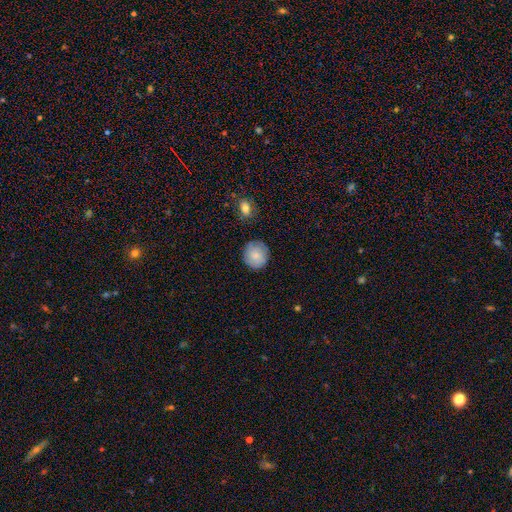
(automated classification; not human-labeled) A smooth galaxy with no disk features (77%) that is round (88%).

Vote fractions:
- Smooth or featured? smooth: 77% / featured or disk: 16% / star or artifact: 7%
- How rounded? round: 88% / in between: 11% / cigar-shaped: 1%
- Merging? none: 84% / minor disturbance: 11% / major disturbance: 3% / merger: 2%